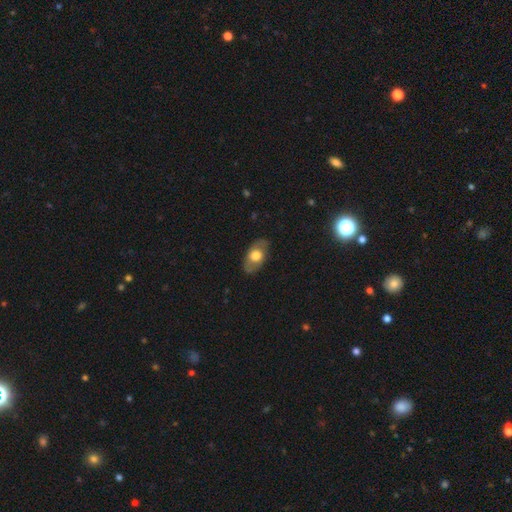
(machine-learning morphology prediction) type=smooth (55%); roundness=in between (88%); merging=none (80%).